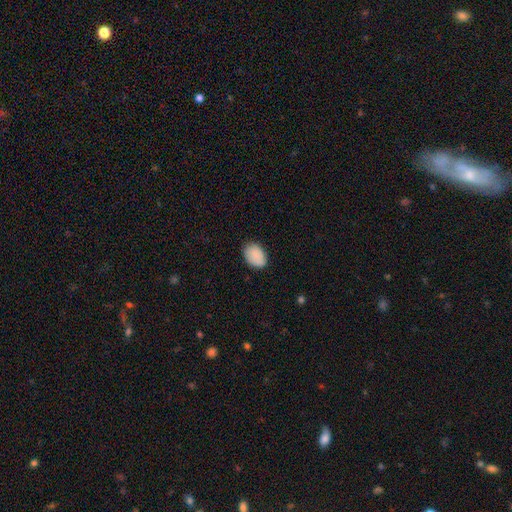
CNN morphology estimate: A smooth galaxy with no disk features (89%) that is in between round and cigar-shaped (84%). Merging: none (82%).